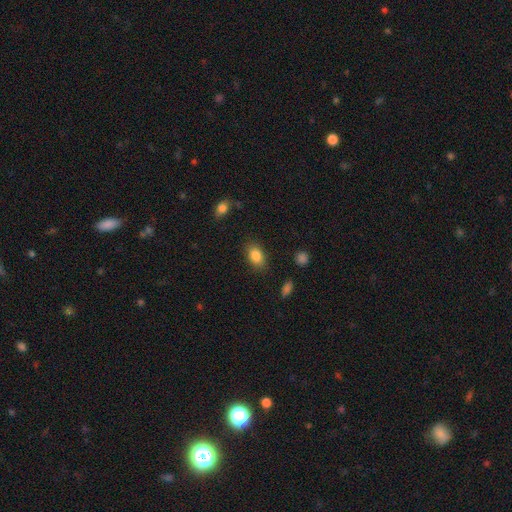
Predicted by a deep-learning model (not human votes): This is clearly a smooth galaxy (85%). How rounded: clearly in between (85%). Merging: clearly none (84%).